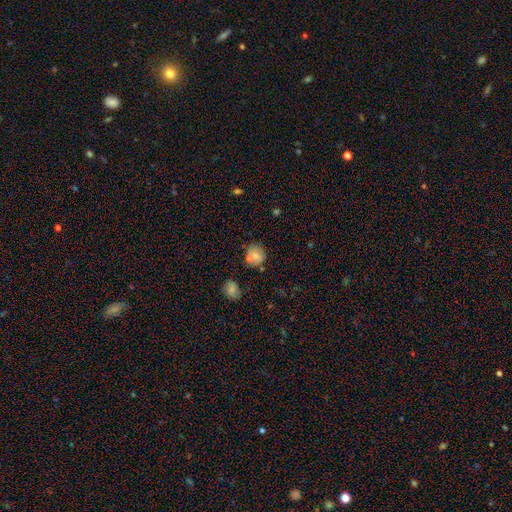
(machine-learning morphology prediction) Smooth or featured: smooth — 74% (star or artifact — 15%)
How rounded: round — 78% (in between — 21%)
Merging: none — 71% (minor disturbance — 14%)